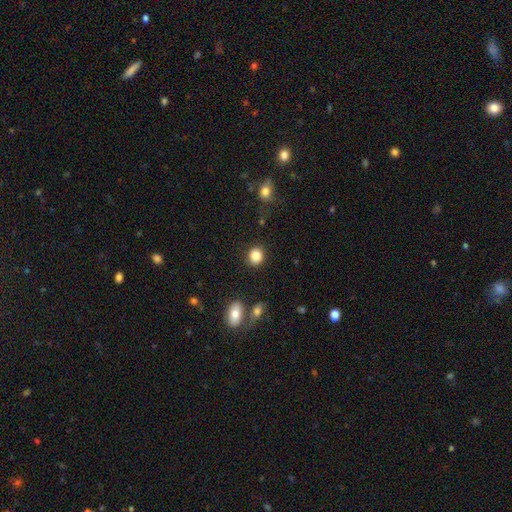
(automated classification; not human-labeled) Morphology: type=smooth (87%); roundness=round (76%); merging=none (85%).